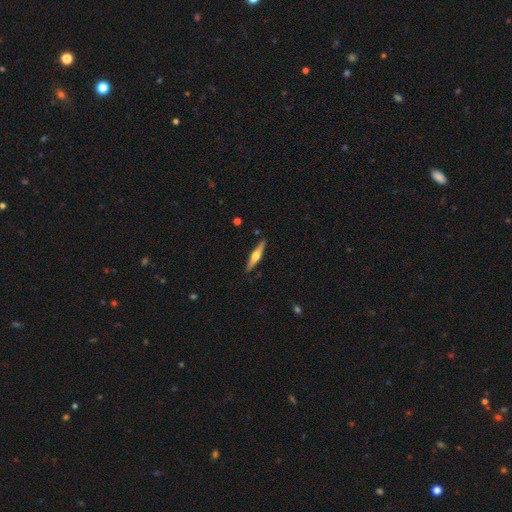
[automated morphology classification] Overall: featured or disk (61%; smooth 33%). Edge-on disk: yes (96%). Edge-on bulge: rounded (91%). Merging: none (89%).